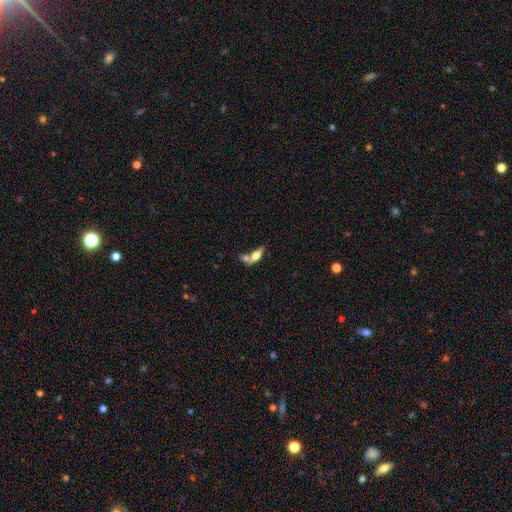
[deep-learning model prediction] Smooth or featured? Predicted: smooth (p=0.58). How rounded? Predicted: in between (p=0.68). Merging? Predicted: merger (p=0.43).